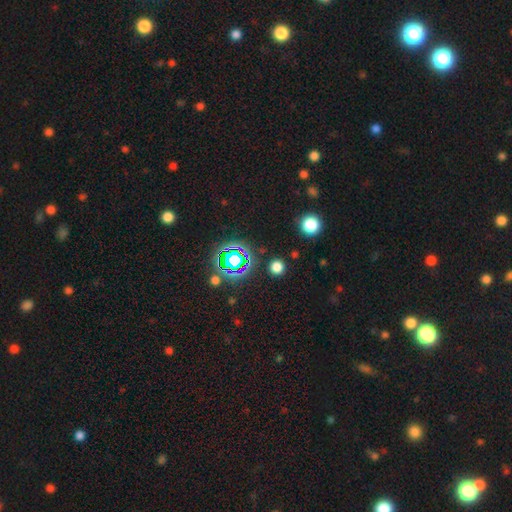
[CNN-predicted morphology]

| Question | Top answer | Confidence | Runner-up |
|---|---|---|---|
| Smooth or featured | star or artifact | 75% | smooth (17%) |